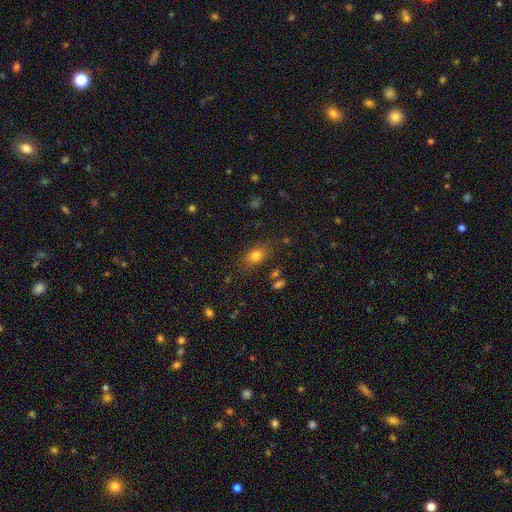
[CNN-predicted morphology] Q: Smooth or featured?
A: smooth (79%); runner-up: star or artifact (12%)
Q: How rounded?
A: in between (78%); runner-up: round (19%)
Q: Merging?
A: none (77%); runner-up: minor disturbance (15%)